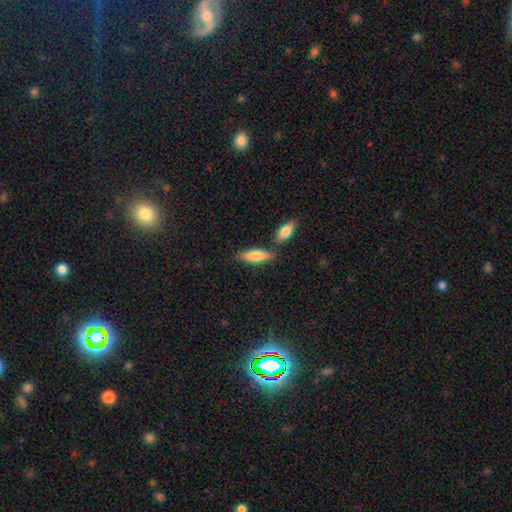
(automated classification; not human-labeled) A smooth galaxy with no disk features (73%) that is in between round and cigar-shaped (52%). Merging: none (64%).